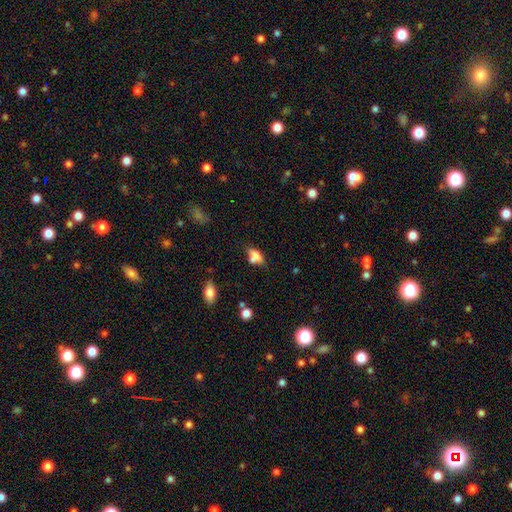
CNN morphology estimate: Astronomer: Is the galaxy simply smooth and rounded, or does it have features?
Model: smooth — 67%.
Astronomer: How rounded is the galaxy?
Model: in between — 78%.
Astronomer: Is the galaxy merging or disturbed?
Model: none — 42% (runner-up: merger, 28%).